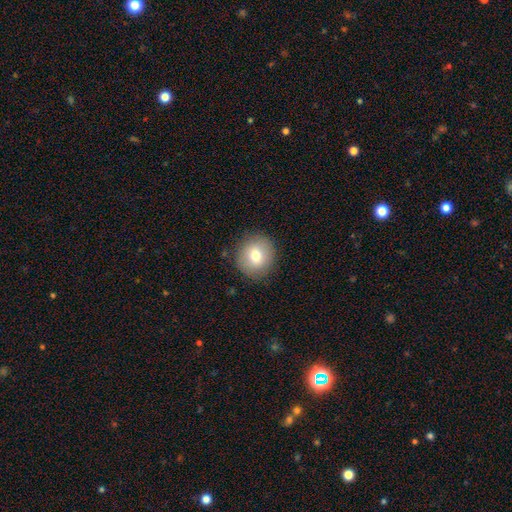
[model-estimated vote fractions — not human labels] The model was most divided on "smooth or featured": smooth: 75%, featured or disk: 16%, star or artifact: 10%. More confident: merging — none (87%); how rounded — round (87%).